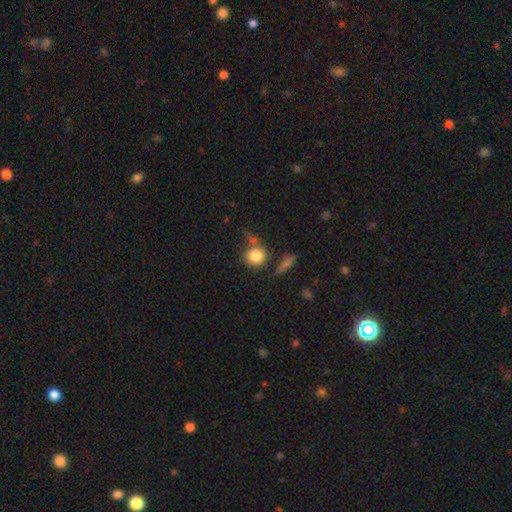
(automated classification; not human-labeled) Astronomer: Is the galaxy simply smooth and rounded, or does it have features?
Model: smooth — 82%.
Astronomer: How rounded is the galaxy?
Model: round — 86%.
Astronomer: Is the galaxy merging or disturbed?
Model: none — 66%.